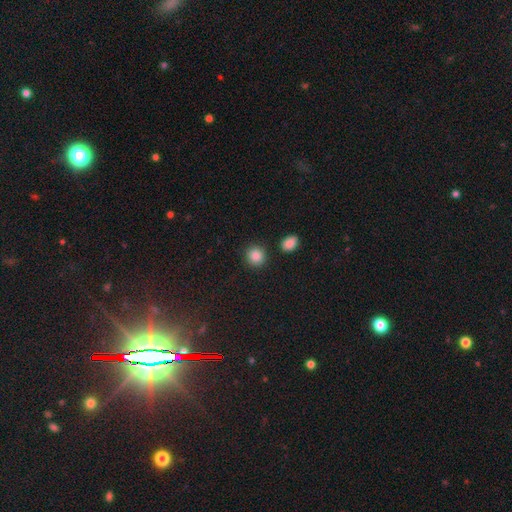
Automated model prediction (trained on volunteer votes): This is clearly a smooth galaxy (87%). How rounded: clearly round (88%). Merging: clearly none (86%).